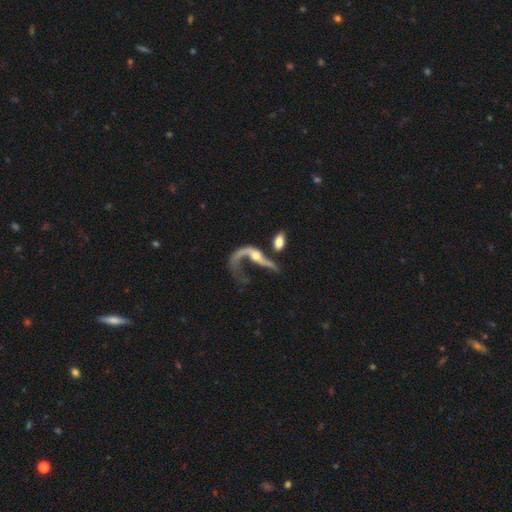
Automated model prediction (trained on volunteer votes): smooth-or-featured: featured or disk: 76% | smooth: 17% | star or artifact: 8%
  disk-edge-on: no: 88% | yes: 12%
    bar: no: 64% | weak: 24% | strong: 12%
    has-spiral-arms: yes: 78% | no: 22%
      spiral-winding: loose: 90% | medium: 7% | tight: 3%
      spiral-arm-count: 1: 51% | 2: 43% | can't tell: 3% | 3: 1% | 4: 1% | more than 4: 1%
    bulge-size: moderate: 47% | small: 37% | none: 7% | large: 7% | dominant: 2%
  merging: major disturbance: 39% | merger: 29% | none: 22% | minor disturbance: 10%